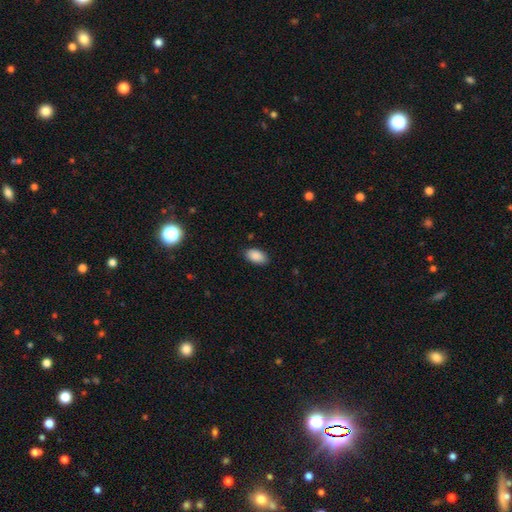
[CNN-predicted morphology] smooth_or_featured: smooth (p=0.89) [alt: star or artifact p=0.07]
how_rounded: in between (p=0.94) [alt: round p=0.04]
merging: none (p=0.86) [alt: minor disturbance p=0.11]